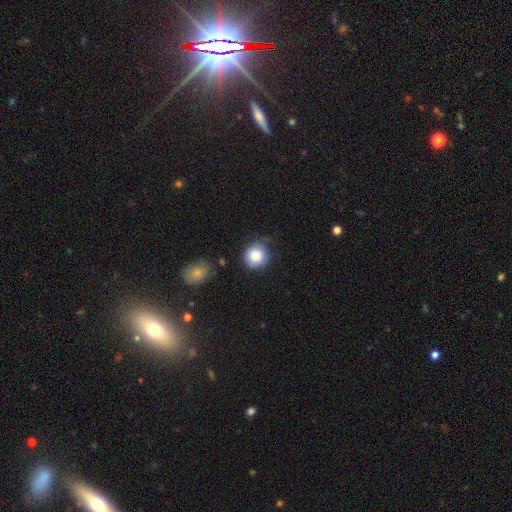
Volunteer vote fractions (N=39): Volunteers were most divided on "merging": none: 84%, minor disturbance: 13%, merger: 3%, major disturbance: 0%. More confident: how rounded — round (97%); smooth or featured — smooth (92%).